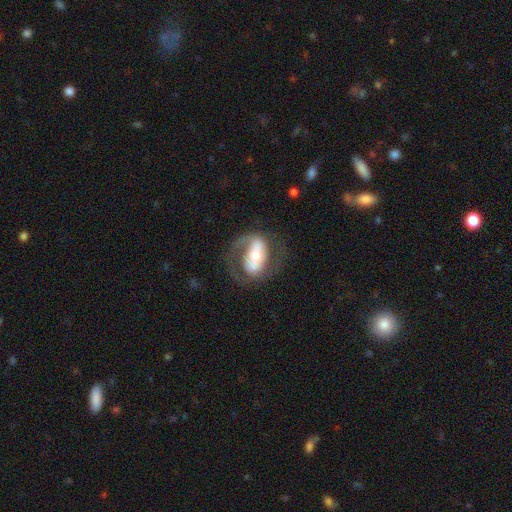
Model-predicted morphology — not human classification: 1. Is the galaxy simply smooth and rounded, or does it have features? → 74% featured or disk, 21% smooth, 6% star or artifact.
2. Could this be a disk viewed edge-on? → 93% no, 7% yes.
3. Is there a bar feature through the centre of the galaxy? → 56% strong, 23% weak, 20% no.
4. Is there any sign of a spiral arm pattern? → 74% yes, 26% no.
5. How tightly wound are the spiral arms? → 48% medium, 27% tight, 25% loose.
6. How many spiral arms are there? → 76% 2, 11% 1, 9% can't tell, 1% 3, 1% 4, 1% more than 4.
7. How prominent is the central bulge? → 52% moderate, 33% small, 11% large, 2% dominant, 1% none.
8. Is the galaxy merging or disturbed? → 62% none, 19% major disturbance, 17% minor disturbance, 2% merger.